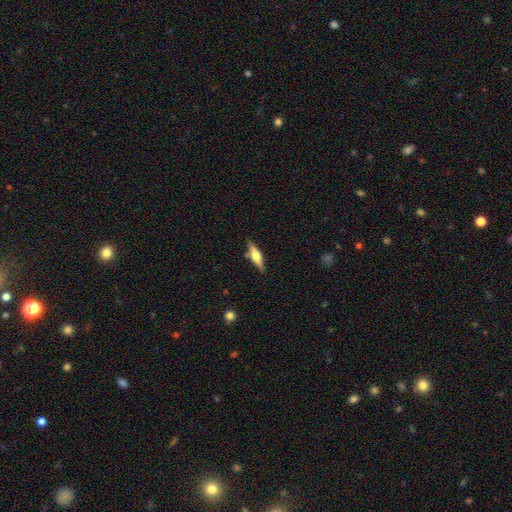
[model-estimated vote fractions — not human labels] This is possibly a featured or disk galaxy (56%). It is clearly viewed edge-on (95%). Edge-on bulge: clearly rounded (89%). Merging: clearly none (82%).